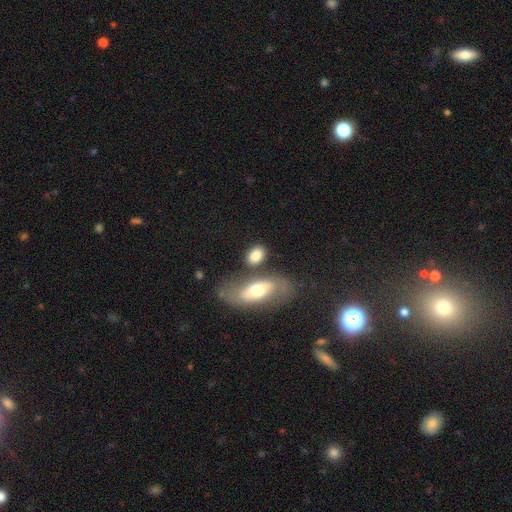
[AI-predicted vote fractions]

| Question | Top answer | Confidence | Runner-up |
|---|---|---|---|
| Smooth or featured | smooth | 78% | featured or disk (15%) |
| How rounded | in between | 80% | round (15%) |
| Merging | none | 63% | merger (17%) |